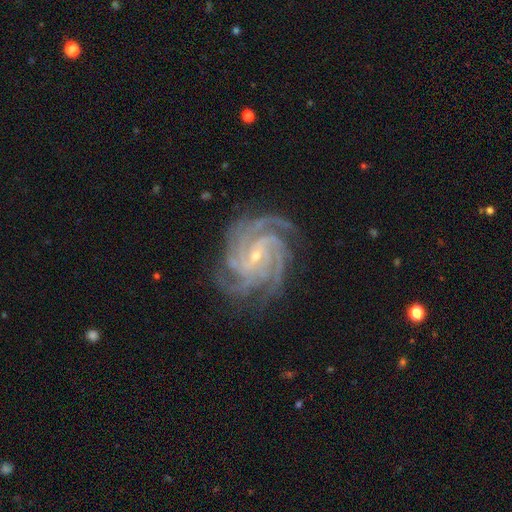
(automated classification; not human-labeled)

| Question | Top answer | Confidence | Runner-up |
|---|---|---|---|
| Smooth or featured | featured or disk | 92% | star or artifact (5%) |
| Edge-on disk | no | 98% | yes (2%) |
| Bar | weak | 42% | no (37%) |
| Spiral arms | yes | 99% | no (1%) |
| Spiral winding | tight | 71% | medium (26%) |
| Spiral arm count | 4 | 45% | more than 4 (19%) |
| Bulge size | small | 79% | moderate (18%) |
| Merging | none | 81% | minor disturbance (14%) |